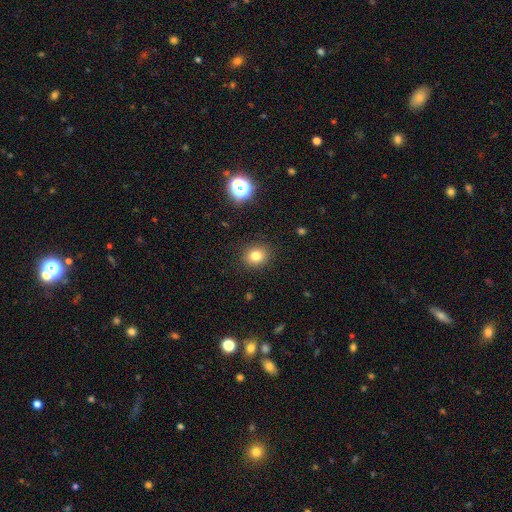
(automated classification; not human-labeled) smooth 79%, star or artifact 14%, featured or disk 7%. Down the decision tree: how rounded — round (74%); merging — none (90%).